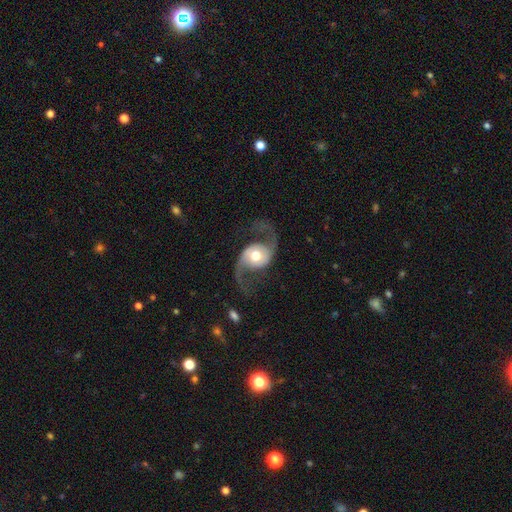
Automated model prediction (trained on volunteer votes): A featured or disk galaxy (90%) with no bar (65%), 2 (95%) loose (75%) spiral arms (97%) and a moderate central bulge (61%).

Vote fractions:
- Smooth or featured? featured or disk: 90% / smooth: 6% / star or artifact: 4%
- Edge-on disk? no: 97% / yes: 3%
- Bar? no: 65% / weak: 24% / strong: 10%
- Spiral arms? yes: 97% / no: 3%
- Spiral winding? loose: 75% / medium: 21% / tight: 4%
- Spiral arm count? 2: 95% / 1: 1% / can't tell: 1% / 3: 1% / 4: 1% / more than 4: 1%
- Bulge size? moderate: 61% / large: 28% / small: 6% / dominant: 4% / none: 1%
- Merging? none: 72% / minor disturbance: 13% / major disturbance: 13% / merger: 2%